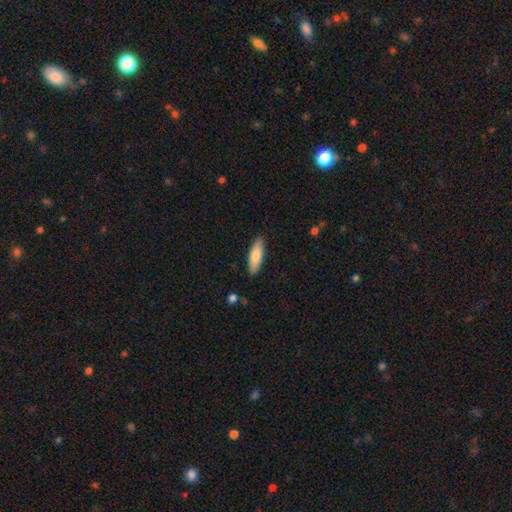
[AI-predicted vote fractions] The model was most divided on "how rounded": in between: 50%, cigar-shaped: 48%, round: 2%. More confident: merging — none (88%); smooth or featured — smooth (80%).